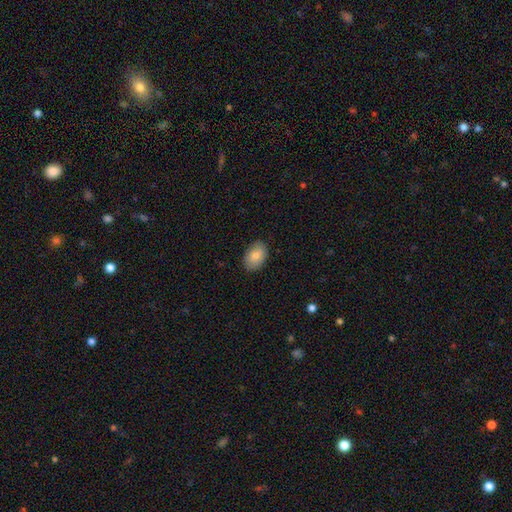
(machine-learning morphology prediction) Smooth or featured: smooth — 83% (featured or disk — 11%)
How rounded: in between — 87% (round — 12%)
Merging: none — 87% (minor disturbance — 10%)